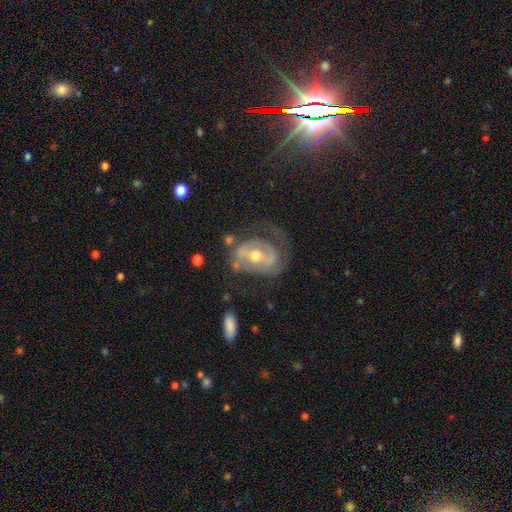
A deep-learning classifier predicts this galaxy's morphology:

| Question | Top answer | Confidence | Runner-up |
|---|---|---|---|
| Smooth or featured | featured or disk | 77% | smooth (16%) |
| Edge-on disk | no | 96% | yes (4%) |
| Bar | weak | 39% | no (35%) |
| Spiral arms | yes | 76% | no (24%) |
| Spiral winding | medium | 39% | tight (38%) |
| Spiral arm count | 2 | 50% | can't tell (22%) |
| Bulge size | moderate | 68% | small (26%) |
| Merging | none | 44% | major disturbance (30%) |